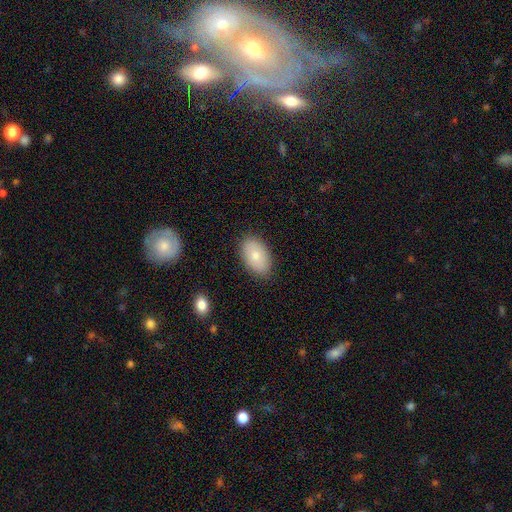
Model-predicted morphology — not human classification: Smooth or featured: smooth — 78% (featured or disk — 15%)
How rounded: in between — 92% (round — 7%)
Merging: none — 85% (minor disturbance — 11%)